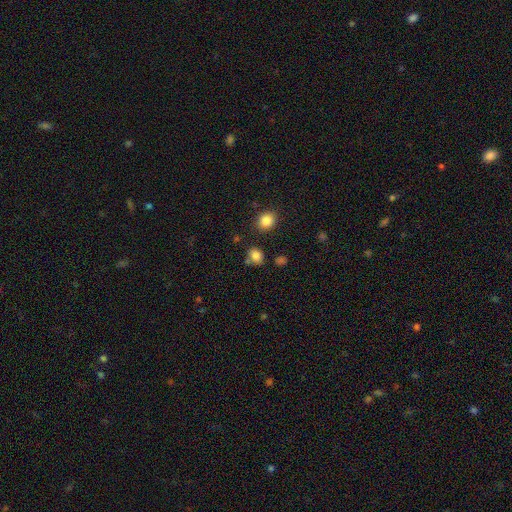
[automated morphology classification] smooth_or_featured: smooth (p=0.83) [alt: star or artifact p=0.12]
how_rounded: round (p=0.54) [alt: in between p=0.45]
merging: none (p=0.74) [alt: minor disturbance p=0.14]